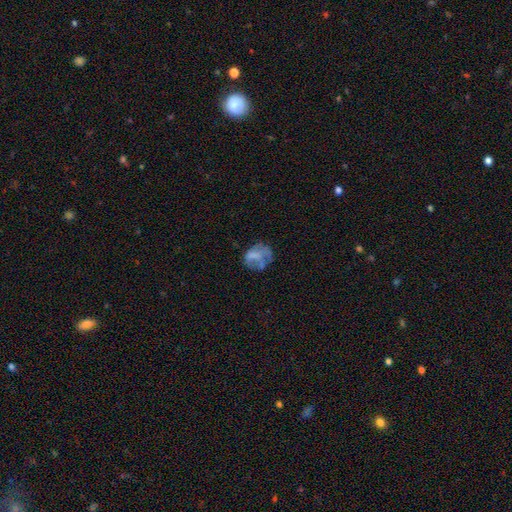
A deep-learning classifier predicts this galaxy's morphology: Smooth or featured? smooth (53%)
How rounded? round (52%)
Merging? none (43%)